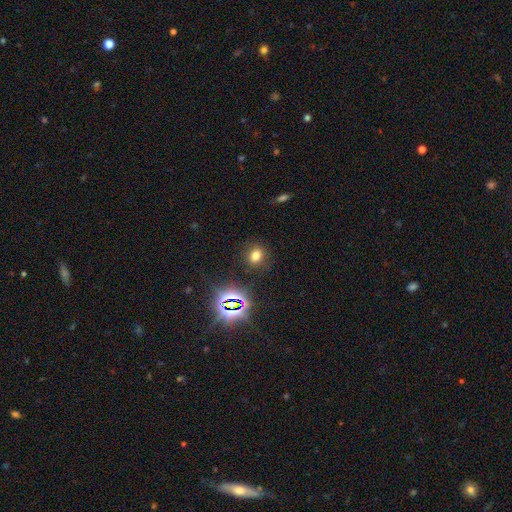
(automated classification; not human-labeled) A smooth galaxy with no disk features (66%) that is in between round and cigar-shaped (50%).

Vote fractions:
- Smooth or featured? smooth: 66% / star or artifact: 25% / featured or disk: 9%
- How rounded? in between: 50% / round: 48% / cigar-shaped: 2%
- Merging? none: 84% / minor disturbance: 10% / major disturbance: 4% / merger: 2%